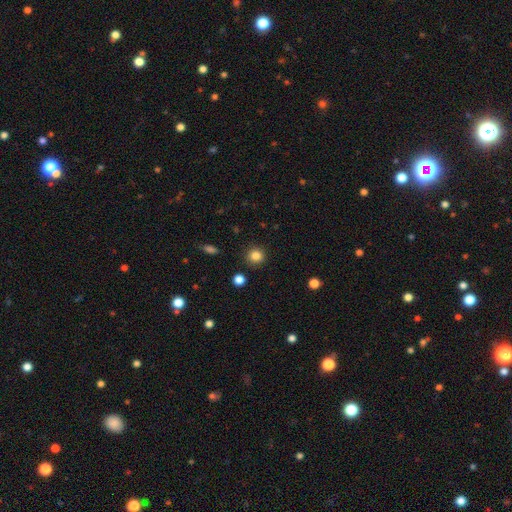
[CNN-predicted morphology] A smooth galaxy with no disk features (84%) that is round (91%). Merging: none (90%).